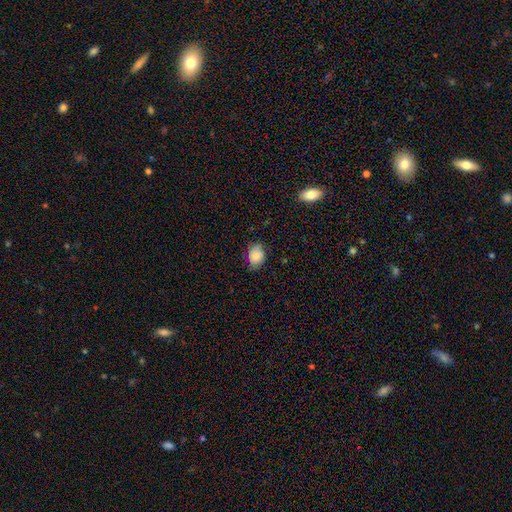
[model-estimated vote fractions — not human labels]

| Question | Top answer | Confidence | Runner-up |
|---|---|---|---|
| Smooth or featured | smooth | 83% | featured or disk (9%) |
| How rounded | in between | 66% | round (33%) |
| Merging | none | 77% | minor disturbance (19%) |